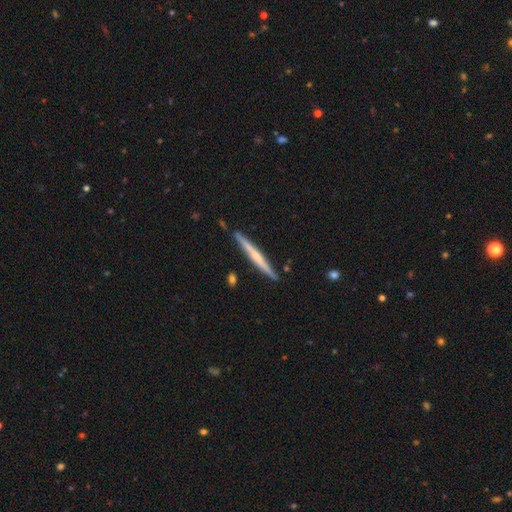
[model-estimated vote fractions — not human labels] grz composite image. It shows a featured or disk galaxy (61%) viewed edge-on (97%) with no central bulge (49%). Merging: none (89%).